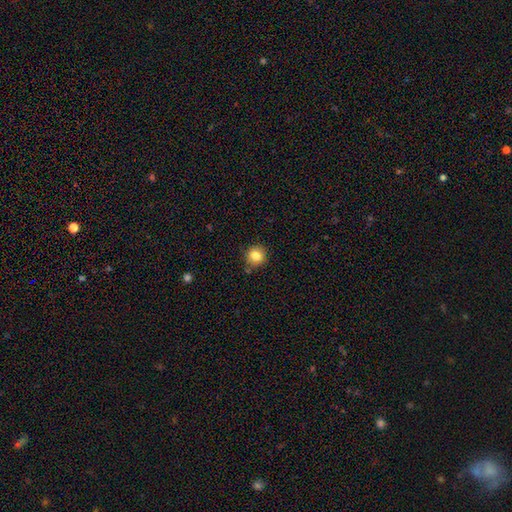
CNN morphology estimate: Smooth or featured: smooth — 82% (star or artifact — 11%)
How rounded: round — 90% (in between — 9%)
Merging: none — 84% (minor disturbance — 11%)